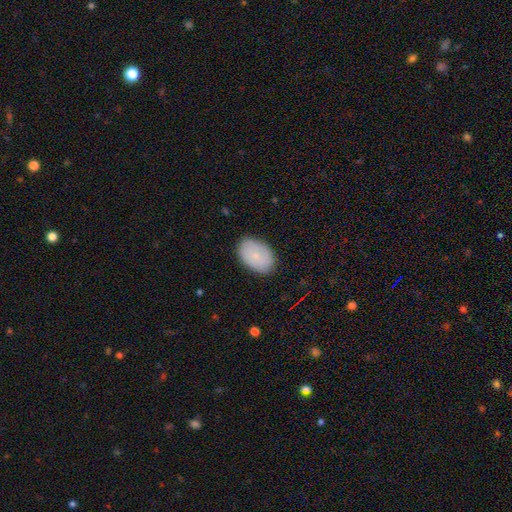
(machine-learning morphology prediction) Q: Smooth or featured?
A: smooth (79%); runner-up: featured or disk (14%)
Q: How rounded?
A: in between (89%); runner-up: round (10%)
Q: Merging?
A: none (85%); runner-up: minor disturbance (11%)